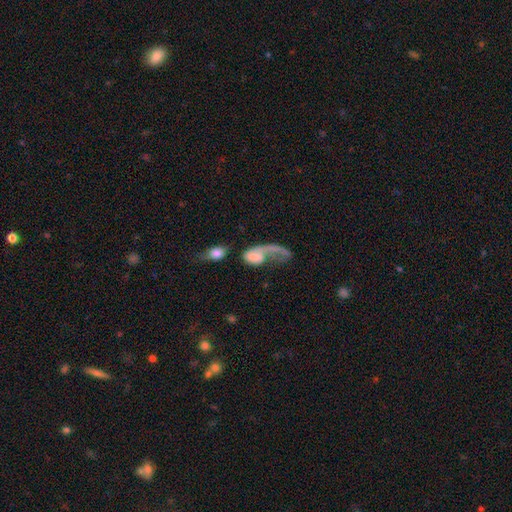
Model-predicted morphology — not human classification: Smooth or featured?
  - featured or disk: 49% *
  - smooth: 43%
  - star or artifact: 8%
Merging?
  - major disturbance: 51% *
  - merger: 23%
  - none: 16%
  - minor disturbance: 10%